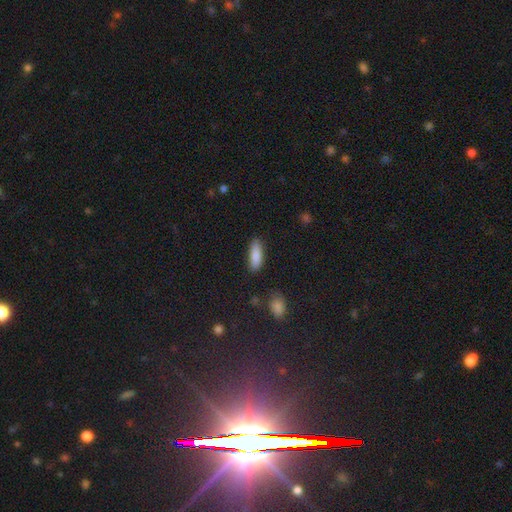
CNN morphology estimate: smooth-or-featured: smooth: 87% | featured or disk: 7% | star or artifact: 7%
  how-rounded: in between: 58% | cigar-shaped: 40% | round: 2%
  merging: none: 84% | minor disturbance: 11% | major disturbance: 3% | merger: 2%